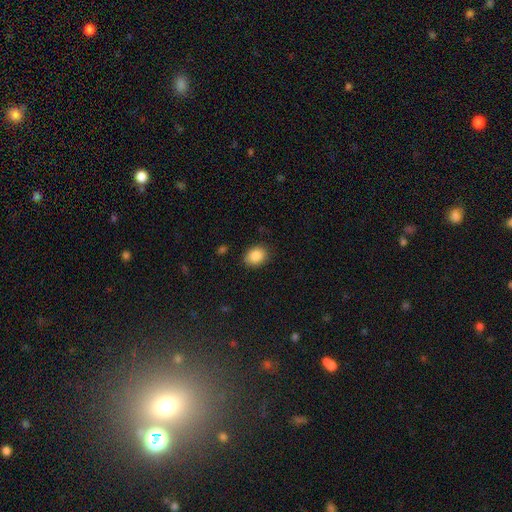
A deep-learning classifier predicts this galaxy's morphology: Q: Smooth or featured?
A: smooth (88%); runner-up: star or artifact (8%)
Q: How rounded?
A: in between (58%); runner-up: round (41%)
Q: Merging?
A: none (86%); runner-up: minor disturbance (10%)